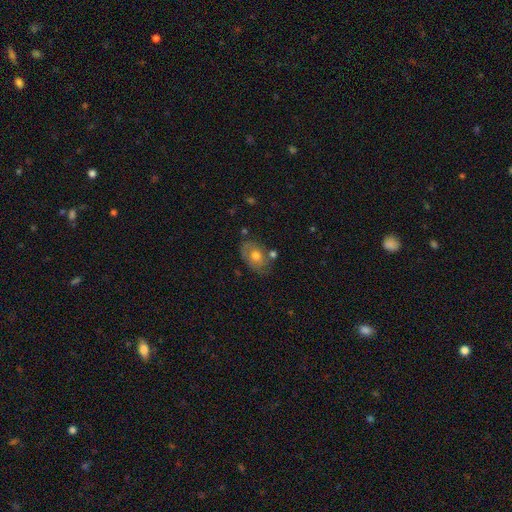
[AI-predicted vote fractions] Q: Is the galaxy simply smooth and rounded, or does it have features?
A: smooth — 52%.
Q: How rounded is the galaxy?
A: in between — 72%.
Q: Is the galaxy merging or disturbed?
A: none — 61%.